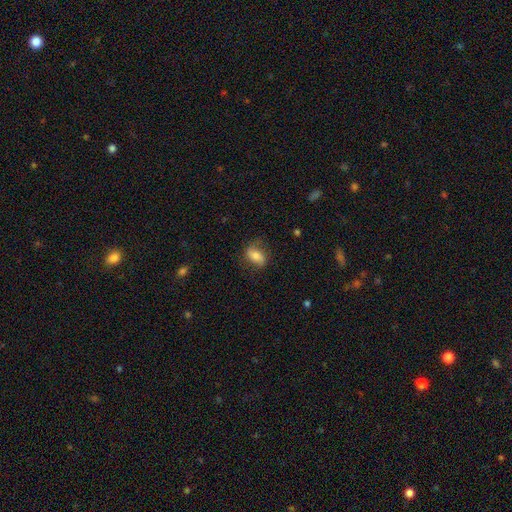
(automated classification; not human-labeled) Smooth or featured? smooth (70%)
How rounded? in between (86%)
Merging? none (65%)